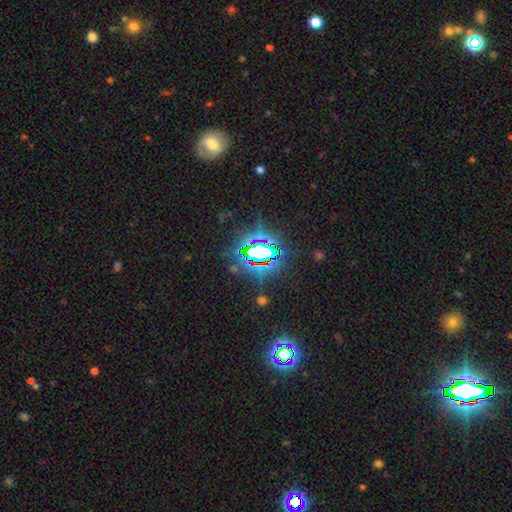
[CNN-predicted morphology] type=star or artifact (77%).